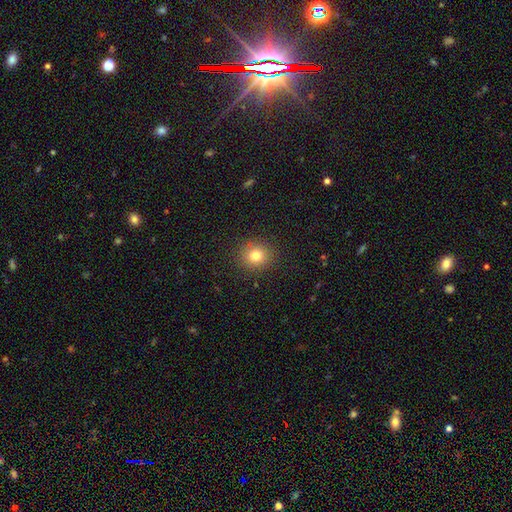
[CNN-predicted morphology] smooth-or-featured: smooth: 80% | star or artifact: 12% | featured or disk: 8%
  how-rounded: round: 86% | in between: 13% | cigar-shaped: 1%
  merging: none: 90% | minor disturbance: 7% | major disturbance: 3% | merger: 1%